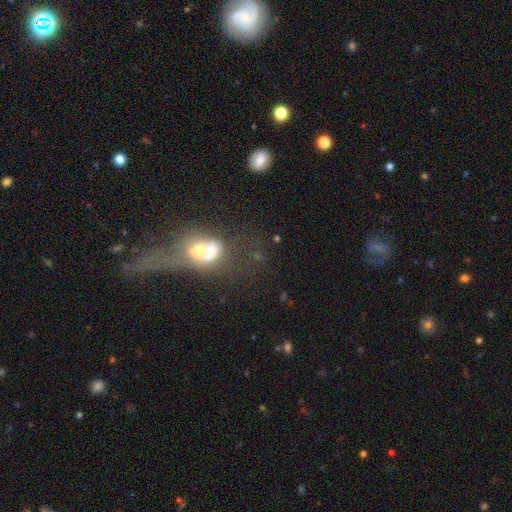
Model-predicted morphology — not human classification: This is marginally a smooth galaxy (40%). Merging: possibly merger (51%).